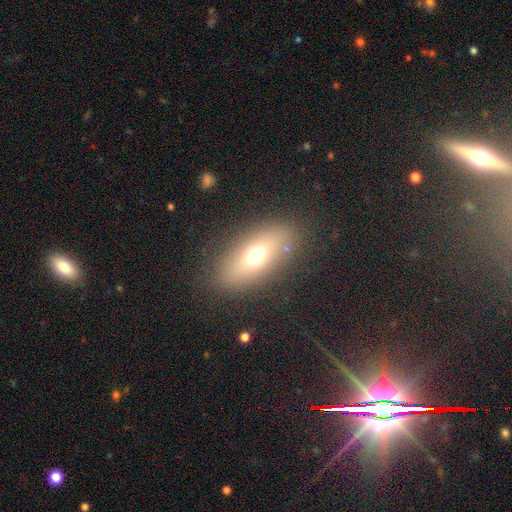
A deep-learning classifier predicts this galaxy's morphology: Overall: smooth (65%). How rounded: in between (77%). Merging: none (85%).